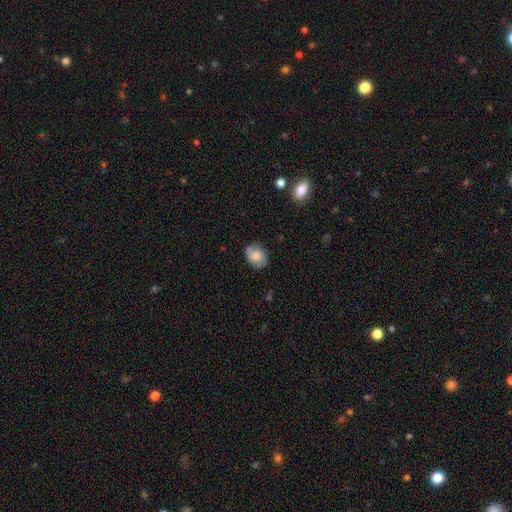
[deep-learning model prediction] A smooth galaxy with no disk features (71%) that is in between round and cigar-shaped (54%). Merging: none (70%).